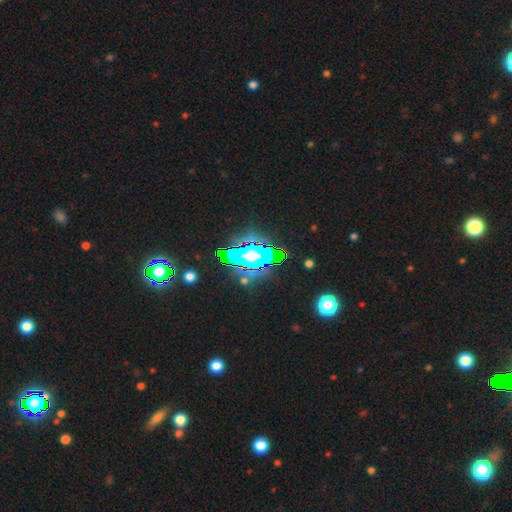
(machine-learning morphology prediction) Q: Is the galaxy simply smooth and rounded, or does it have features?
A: star or artifact — 73%.